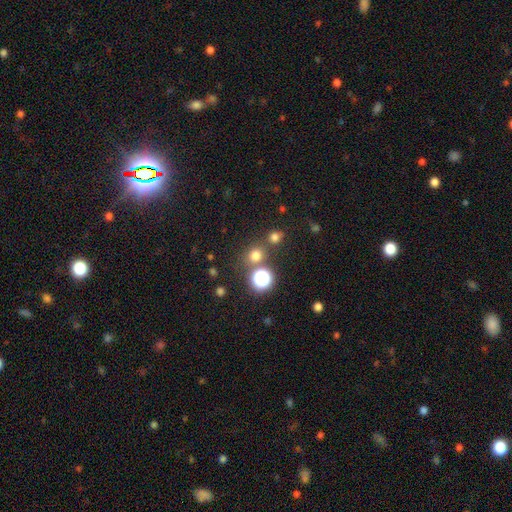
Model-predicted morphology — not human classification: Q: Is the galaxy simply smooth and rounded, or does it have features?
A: smooth — 68%.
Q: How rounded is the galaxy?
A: round — 83%.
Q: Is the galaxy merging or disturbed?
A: none — 74%.